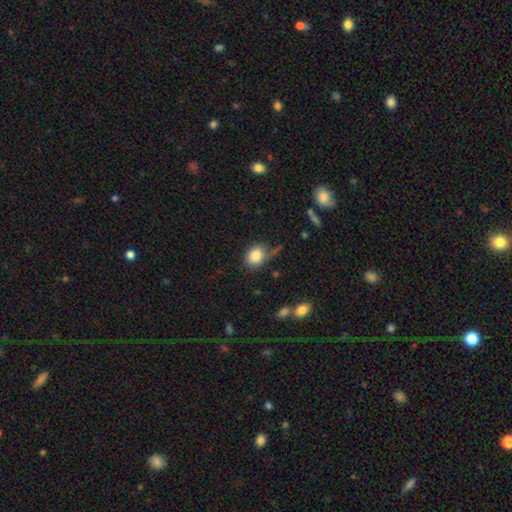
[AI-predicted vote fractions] smooth 83%, star or artifact 9%, featured or disk 8%. Down the decision tree: how rounded — in between (58%); merging — none (58%).